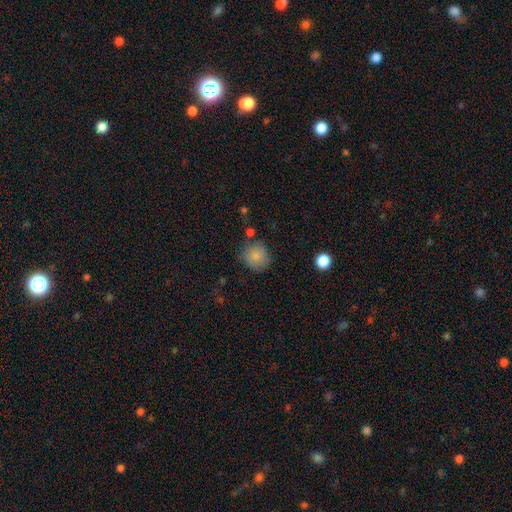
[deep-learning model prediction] This appears to be a smooth galaxy with no disk features (84%) that is round (89%). Merging: none (74%).